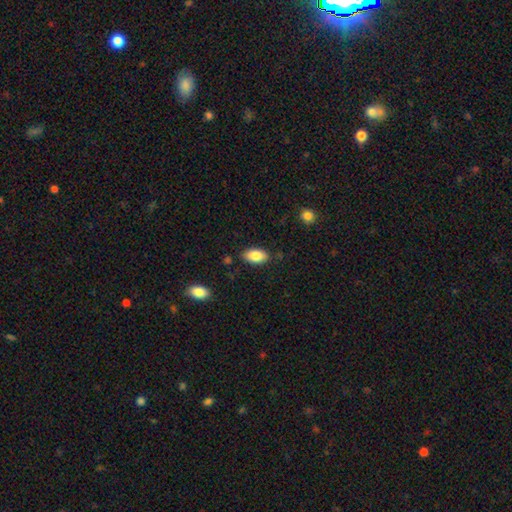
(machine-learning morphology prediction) Overall: smooth (85%). How rounded: in between (93%). Merging: none (84%).